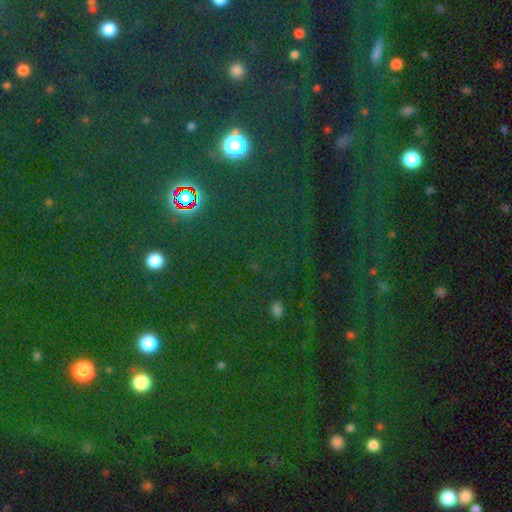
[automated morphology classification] Smooth or featured? star or artifact (77%)